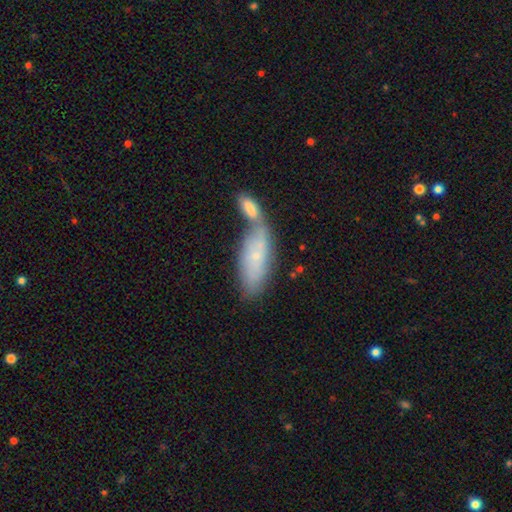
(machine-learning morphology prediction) smooth_or_featured: smooth (p=0.62) [alt: featured or disk p=0.31]
how_rounded: in between (p=0.75) [alt: cigar-shaped p=0.23]
merging: merger (p=0.50) [alt: none p=0.31]